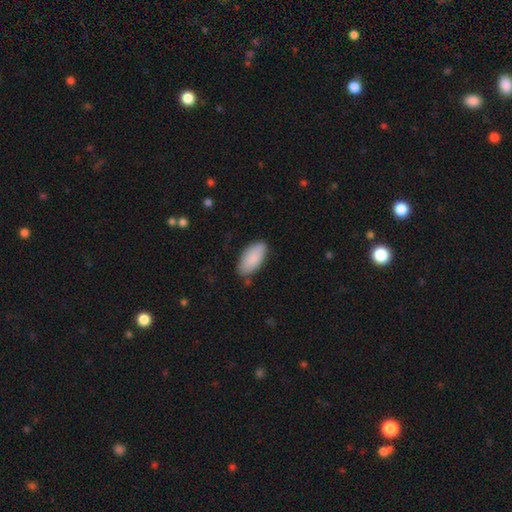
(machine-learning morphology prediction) Smooth or featured?
  - smooth: 89% *
  - star or artifact: 6%
  - featured or disk: 6%
How rounded?
  - in between: 92% *
  - cigar-shaped: 6%
  - round: 2%
Merging?
  - none: 82% *
  - minor disturbance: 14%
  - major disturbance: 3%
  - merger: 2%